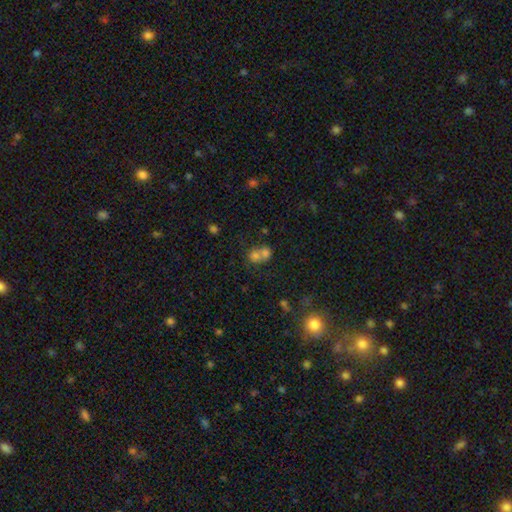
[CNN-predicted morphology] smooth_or_featured: smooth (p=0.70) [alt: featured or disk p=0.16]
how_rounded: round (p=0.67) [alt: in between p=0.32]
merging: merger (p=0.66) [alt: none p=0.24]